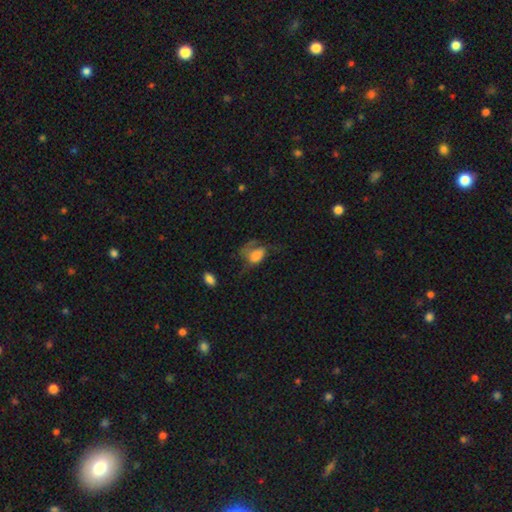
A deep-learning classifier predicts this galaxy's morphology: Smooth or featured?
  - smooth: 55% *
  - featured or disk: 34%
  - star or artifact: 11%
How rounded?
  - in between: 79% *
  - round: 19%
  - cigar-shaped: 2%
Merging?
  - major disturbance: 57% *
  - none: 21%
  - minor disturbance: 18%
  - merger: 5%